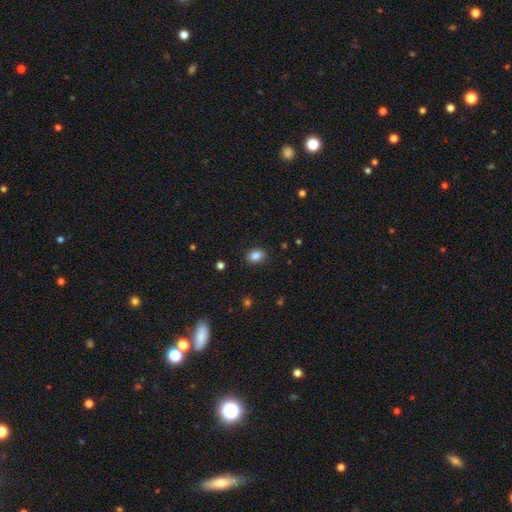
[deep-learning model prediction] Morphology: type=smooth (85%); roundness=in between (67%); merging=none (88%).